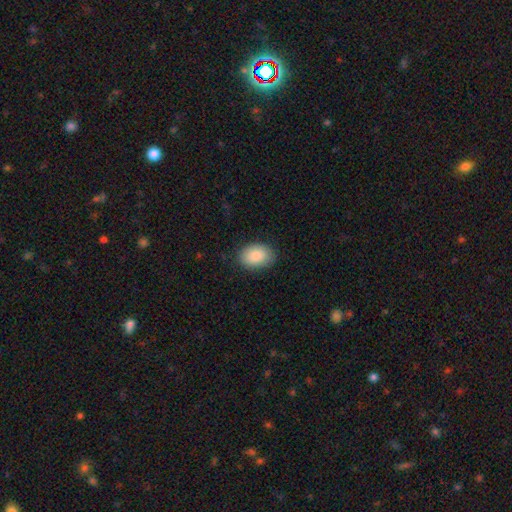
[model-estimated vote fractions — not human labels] smooth 88%, star or artifact 6%, featured or disk 6%. Down the decision tree: how rounded — in between (81%); merging — none (85%).